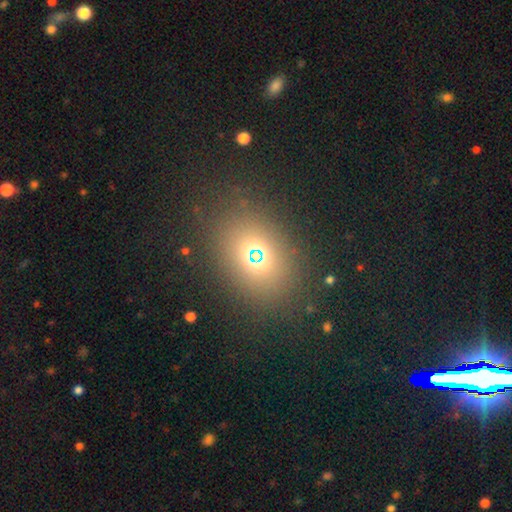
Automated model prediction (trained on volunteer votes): A smooth galaxy with no disk features (50%) that is in between round and cigar-shaped (52%).

Vote fractions:
- Smooth or featured? smooth: 50% / star or artifact: 35% / featured or disk: 15%
- How rounded? in between: 52% / round: 45% / cigar-shaped: 2%
- Merging? none: 82% / minor disturbance: 10% / major disturbance: 5% / merger: 2%